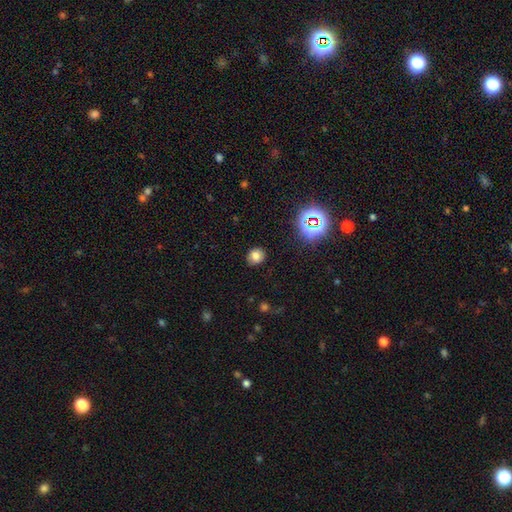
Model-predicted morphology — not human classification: smooth-or-featured: smooth: 73% | star or artifact: 17% | featured or disk: 9%
  how-rounded: round: 78% | in between: 21% | cigar-shaped: 1%
  merging: none: 86% | minor disturbance: 10% | major disturbance: 3% | merger: 1%